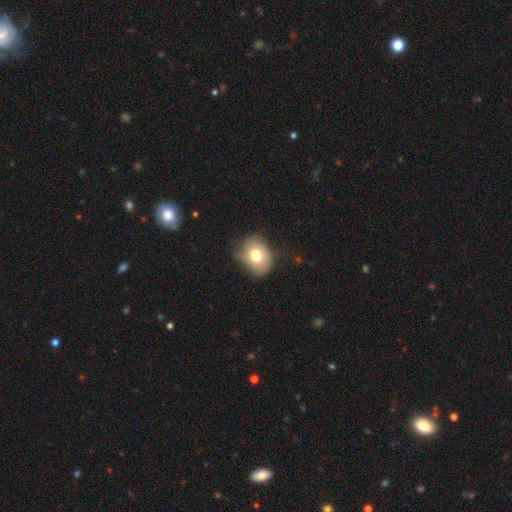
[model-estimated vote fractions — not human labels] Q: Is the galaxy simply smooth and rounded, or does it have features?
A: smooth — 71%.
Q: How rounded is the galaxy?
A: in between — 50%.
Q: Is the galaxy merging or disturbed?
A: none — 60%.